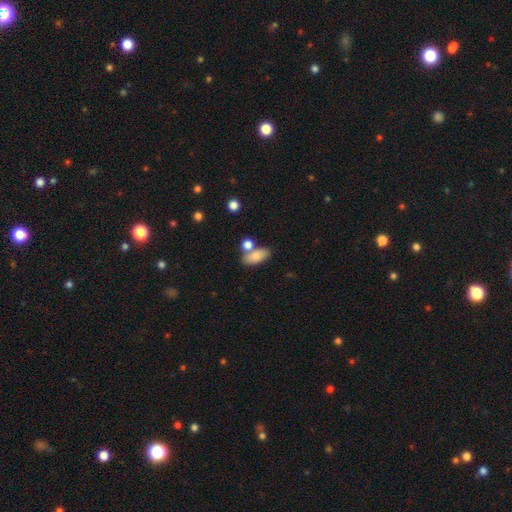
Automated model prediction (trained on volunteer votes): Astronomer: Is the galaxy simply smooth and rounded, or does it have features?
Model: smooth — 81%.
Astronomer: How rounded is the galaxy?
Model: in between — 84%.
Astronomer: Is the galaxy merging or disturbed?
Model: none — 57%.